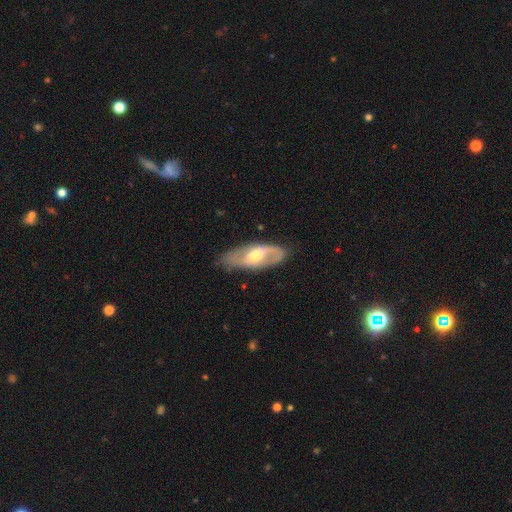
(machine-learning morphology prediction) featured or disk 69%, smooth 26%, star or artifact 5%. Down the decision tree: edge-on disk — no (87%); bar — weak (42%); spiral arms — yes (73%); bulge size — moderate (67%); merging — none (73%).